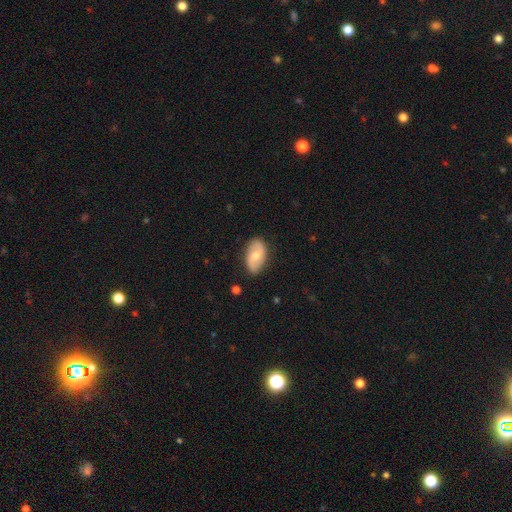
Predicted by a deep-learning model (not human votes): Overall: featured or disk (56%; smooth 38%). Edge-on disk: no (95%). Bar: no (46%; weak 45%). Spiral arms: yes (85%). Bulge size: moderate (64%; small 28%). Merging: none (82%).